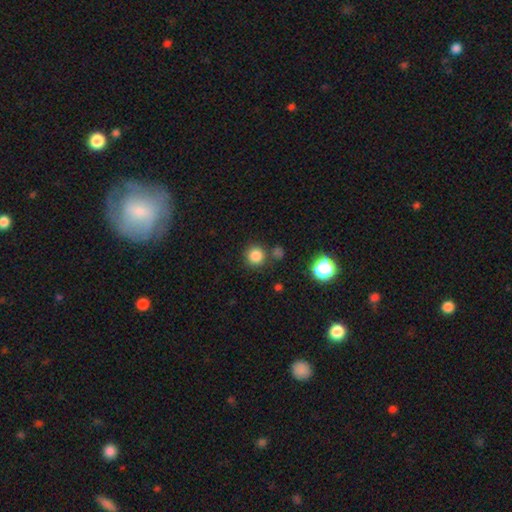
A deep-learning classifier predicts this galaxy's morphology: This appears to be a smooth galaxy with no disk features (83%) that is round (94%). Merging: none (81%).